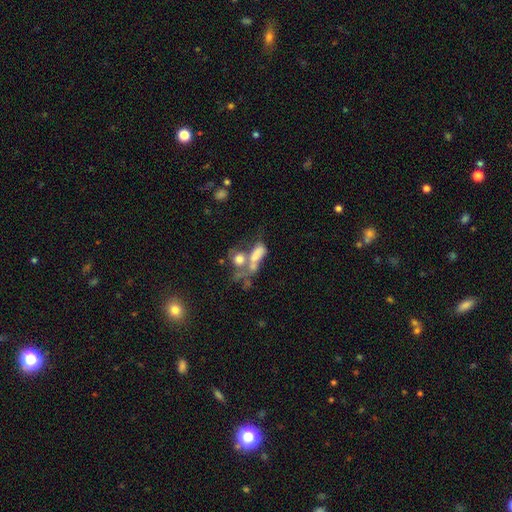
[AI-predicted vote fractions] The model was most divided on "smooth or featured": smooth: 56%, featured or disk: 31%, star or artifact: 13%. More confident: how rounded — in between (72%); merging — merger (56%).